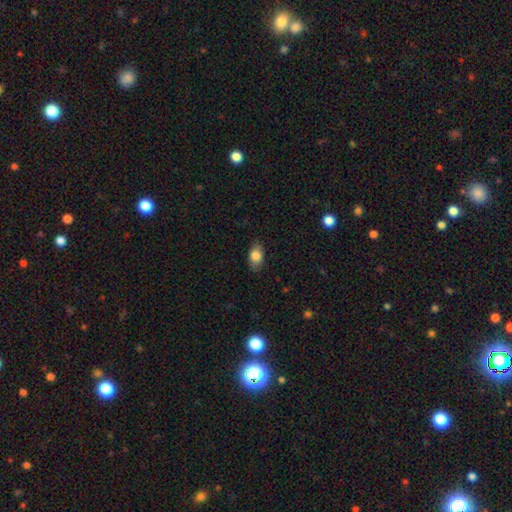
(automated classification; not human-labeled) Smooth or featured?
  - smooth: 82% *
  - featured or disk: 11%
  - star or artifact: 7%
How rounded?
  - in between: 88% *
  - round: 9%
  - cigar-shaped: 3%
Merging?
  - none: 84% *
  - minor disturbance: 12%
  - major disturbance: 3%
  - merger: 1%